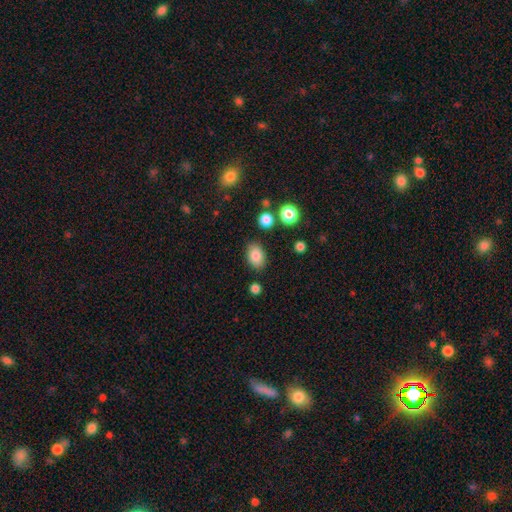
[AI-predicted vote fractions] Smooth or featured? Predicted: smooth (p=0.84). How rounded? Predicted: in between (p=0.83). Merging? Predicted: none (p=0.83).